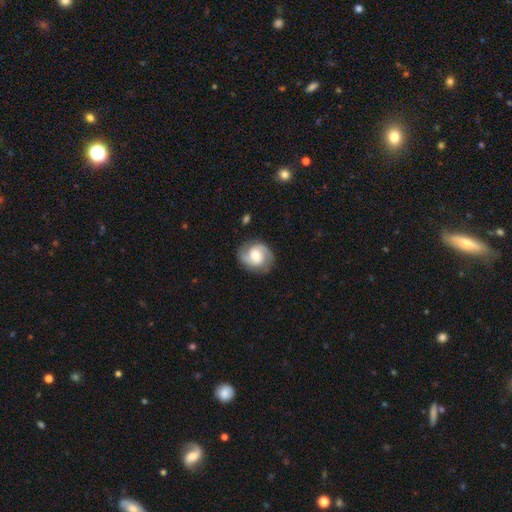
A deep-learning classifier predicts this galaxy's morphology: A featured or disk galaxy (73%) with no bar (56%), 2 (87%) medium (45%) spiral arms (94%) and a moderate central bulge (54%). Merging: none (81%).